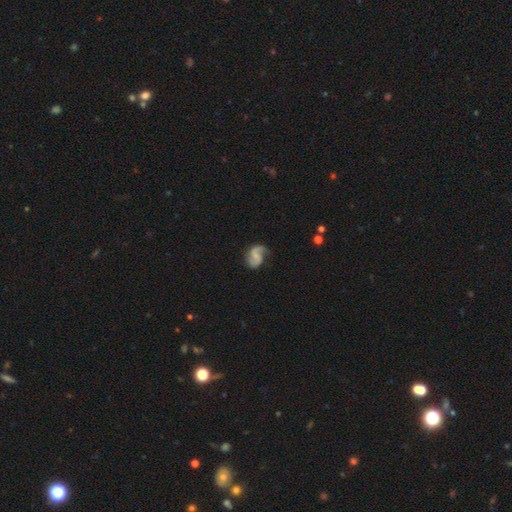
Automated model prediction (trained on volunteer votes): Overall: featured or disk (85%). Edge-on disk: no (98%). Bar: no (44%; weak 43%). Spiral arms: yes (97%). Spiral arm count: 2 (88%). Spiral winding: medium (47%; loose 40%). Bulge size: none (46%; small 37%). Merging: none (70%).